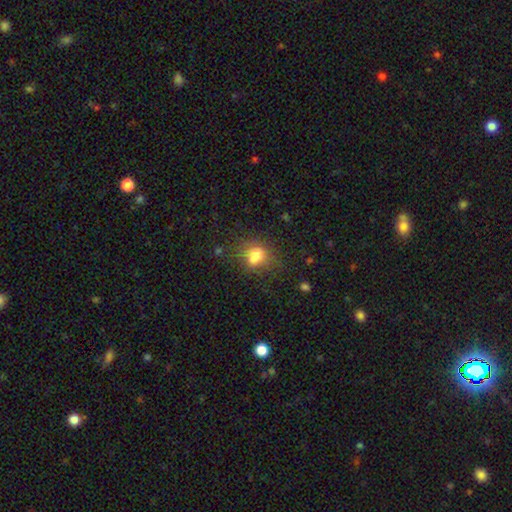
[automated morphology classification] smooth-or-featured: smooth: 69% | featured or disk: 16% | star or artifact: 15%
  how-rounded: in between: 59% | round: 38% | cigar-shaped: 3%
  merging: none: 51% | minor disturbance: 22% | major disturbance: 14% | merger: 14%